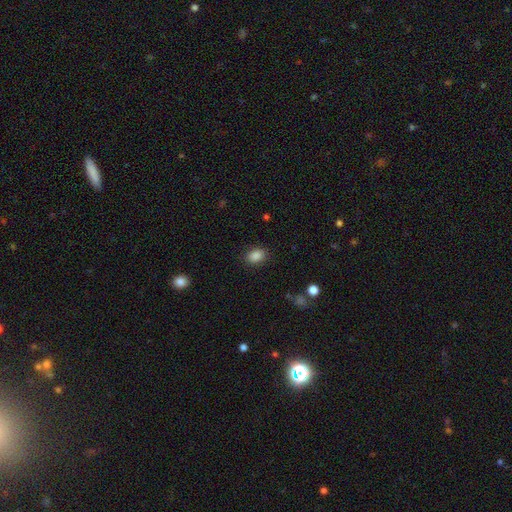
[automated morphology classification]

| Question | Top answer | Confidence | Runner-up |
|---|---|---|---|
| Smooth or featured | smooth | 87% | star or artifact (9%) |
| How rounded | in between | 75% | round (24%) |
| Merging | none | 86% | minor disturbance (10%) |